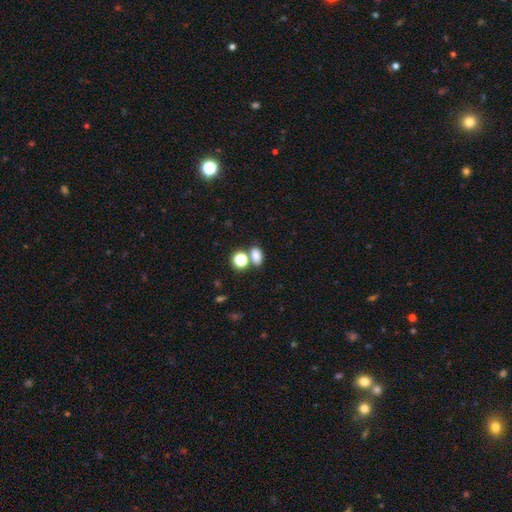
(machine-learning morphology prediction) This appears to be a smooth galaxy with no disk features (79%) that is in between round and cigar-shaped (76%). Merging: none (58%).